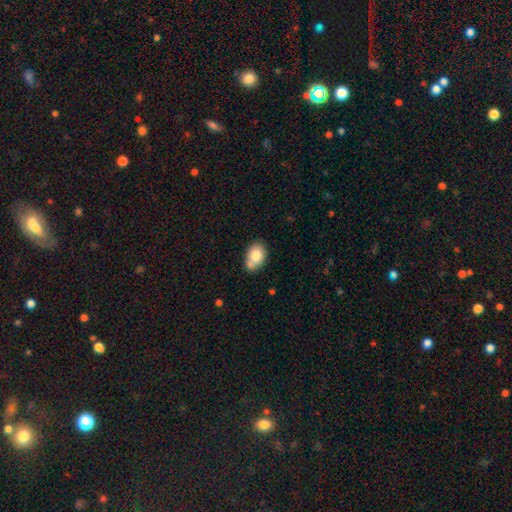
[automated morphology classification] Q: Smooth or featured?
A: smooth (79%); runner-up: featured or disk (13%)
Q: How rounded?
A: in between (80%); runner-up: round (19%)
Q: Merging?
A: none (55%); runner-up: minor disturbance (23%)